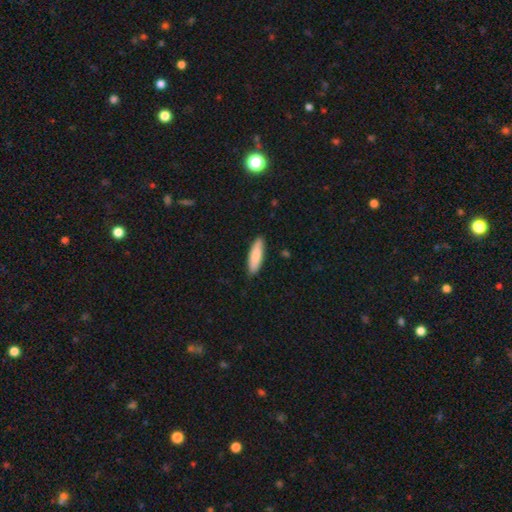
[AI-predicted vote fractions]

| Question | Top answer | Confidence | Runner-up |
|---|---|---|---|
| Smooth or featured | smooth | 84% | featured or disk (11%) |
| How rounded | cigar-shaped | 57% | in between (41%) |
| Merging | none | 87% | minor disturbance (10%) |